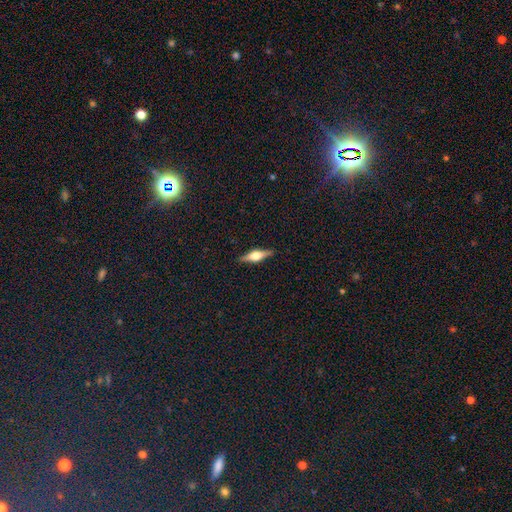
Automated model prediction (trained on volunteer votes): This appears to be a featured or disk galaxy (68%) viewed edge-on (97%) with a rounded central bulge (92%). Merging: none (90%).